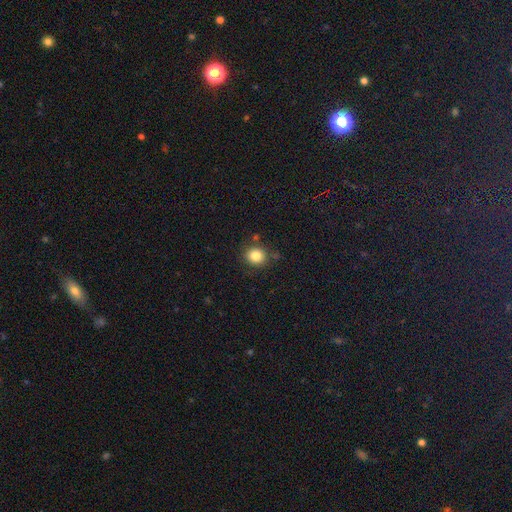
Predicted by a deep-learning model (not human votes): Smooth or featured? smooth (84%)
How rounded? round (80%)
Merging? none (82%)